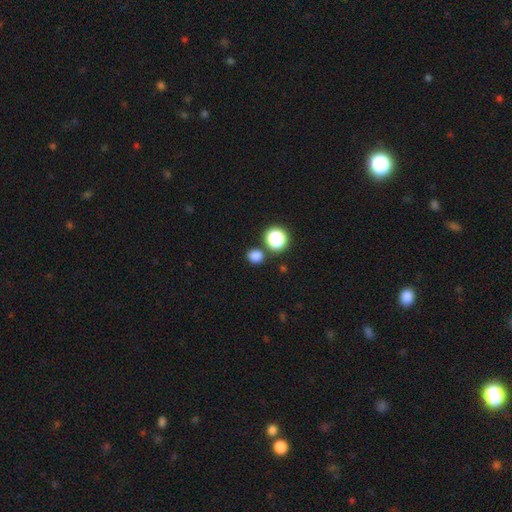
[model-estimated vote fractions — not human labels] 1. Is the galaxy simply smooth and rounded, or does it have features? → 79% smooth, 17% star or artifact, 4% featured or disk.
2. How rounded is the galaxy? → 72% round, 27% in between, 1% cigar-shaped.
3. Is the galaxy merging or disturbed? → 81% none, 9% minor disturbance, 8% merger, 3% major disturbance.